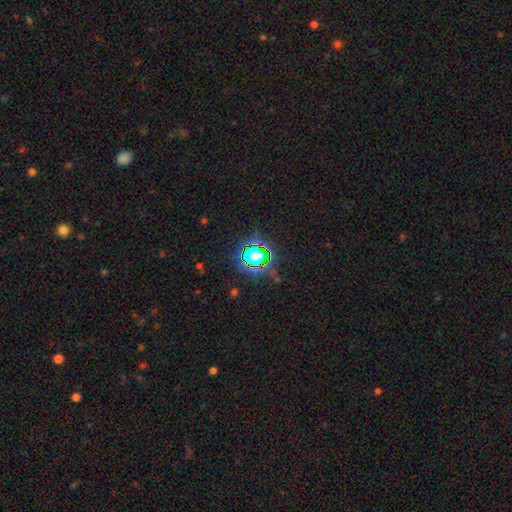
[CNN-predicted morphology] A star or artifact, not a galaxy (65%).

Vote fractions:
- Smooth or featured? star or artifact: 65% / smooth: 24% / featured or disk: 11%